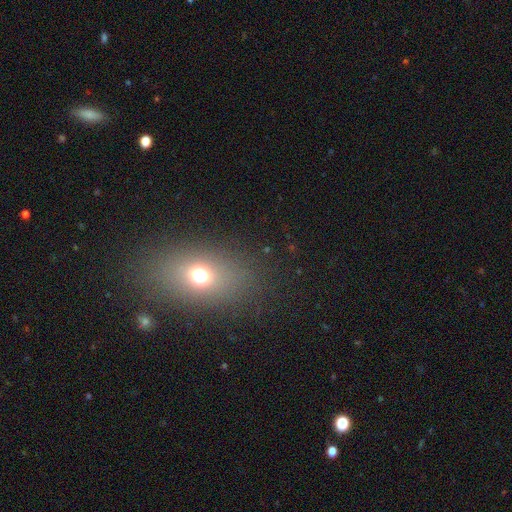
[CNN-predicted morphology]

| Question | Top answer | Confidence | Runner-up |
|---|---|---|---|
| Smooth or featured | smooth | 64% | star or artifact (22%) |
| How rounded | in between | 76% | round (20%) |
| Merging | none | 87% | minor disturbance (8%) |